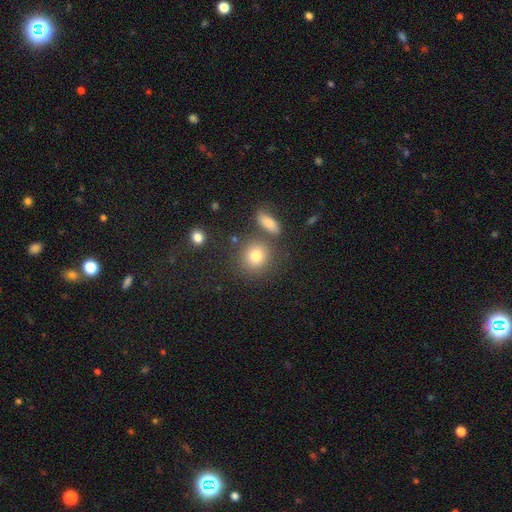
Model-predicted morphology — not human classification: Overall: smooth (79%). How rounded: round (81%). Merging: none (73%).